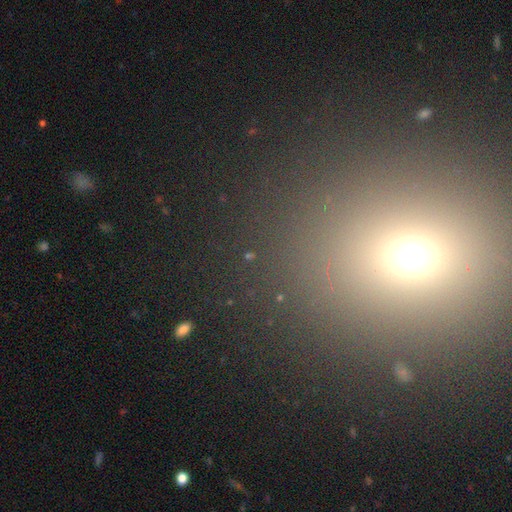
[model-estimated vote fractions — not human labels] Q: Smooth or featured?
A: smooth (53%); runner-up: star or artifact (38%)
Q: How rounded?
A: round (72%); runner-up: in between (26%)
Q: Merging?
A: none (87%); runner-up: minor disturbance (7%)